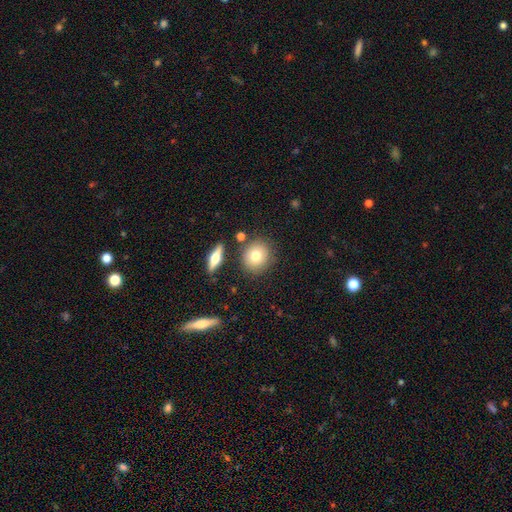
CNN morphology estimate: Overall: smooth (73%). How rounded: round (83%). Merging: none (81%).